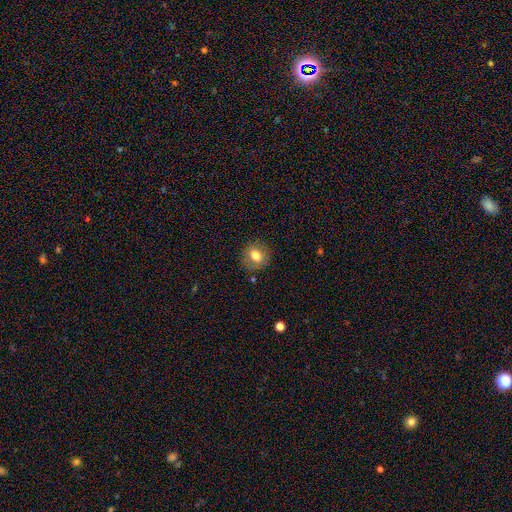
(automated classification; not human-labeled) Smooth or featured? smooth (75%)
How rounded? round (77%)
Merging? none (84%)